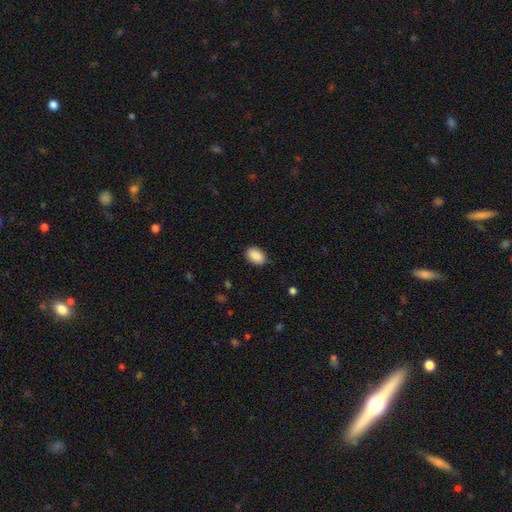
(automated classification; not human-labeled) smooth 90%, star or artifact 7%, featured or disk 3%. Down the decision tree: how rounded — in between (88%); merging — none (85%).